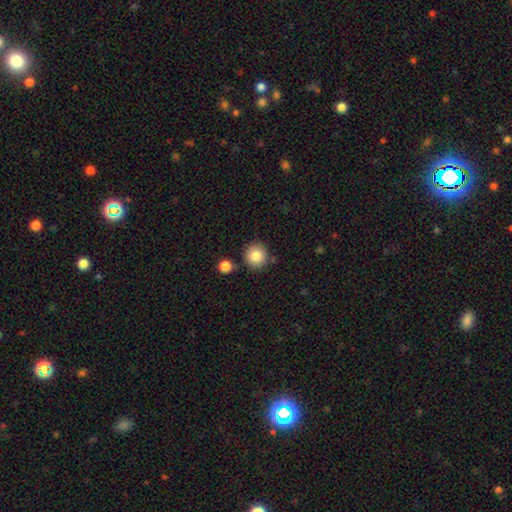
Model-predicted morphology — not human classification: Q: Smooth or featured?
A: smooth (84%); runner-up: star or artifact (9%)
Q: How rounded?
A: round (91%); runner-up: in between (8%)
Q: Merging?
A: none (82%); runner-up: minor disturbance (10%)